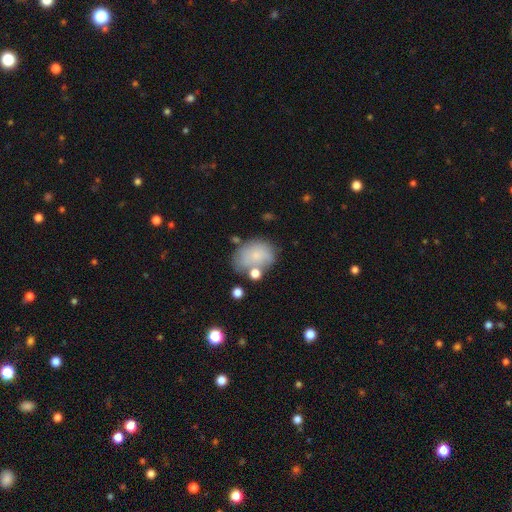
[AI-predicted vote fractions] Smooth or featured: smooth — 71% (featured or disk — 20%)
How rounded: in between — 67% (round — 32%)
Merging: none — 50% (minor disturbance — 25%)